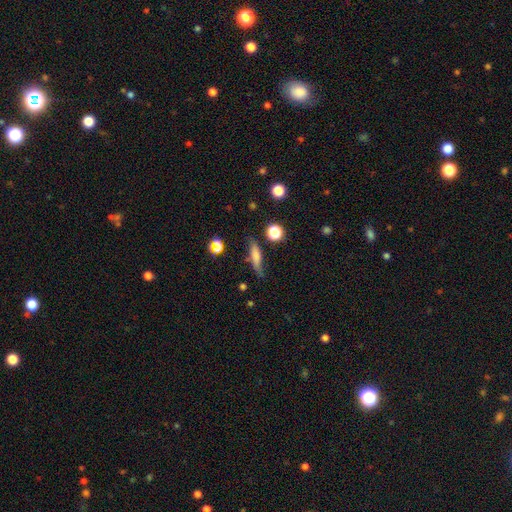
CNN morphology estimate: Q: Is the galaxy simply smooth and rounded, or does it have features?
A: smooth — 63%.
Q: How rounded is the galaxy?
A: cigar-shaped — 69%.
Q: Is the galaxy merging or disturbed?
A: none — 74%.